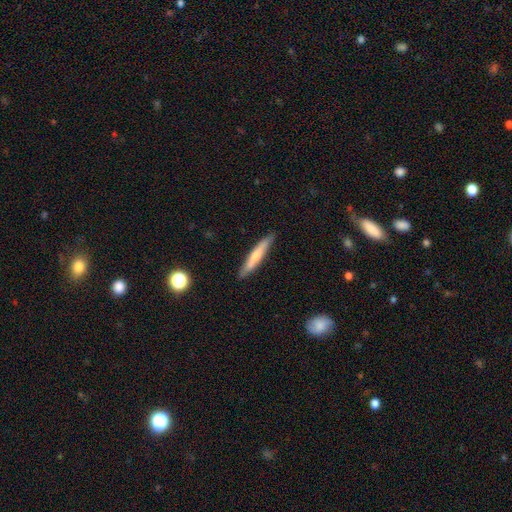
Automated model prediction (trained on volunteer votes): A smooth galaxy with no disk features (58%) that is cigar-shaped (93%).

Vote fractions:
- Smooth or featured? smooth: 58% / featured or disk: 36% / star or artifact: 6%
- How rounded? cigar-shaped: 93% / in between: 6% / round: 1%
- Merging? none: 86% / minor disturbance: 10% / major disturbance: 2% / merger: 1%